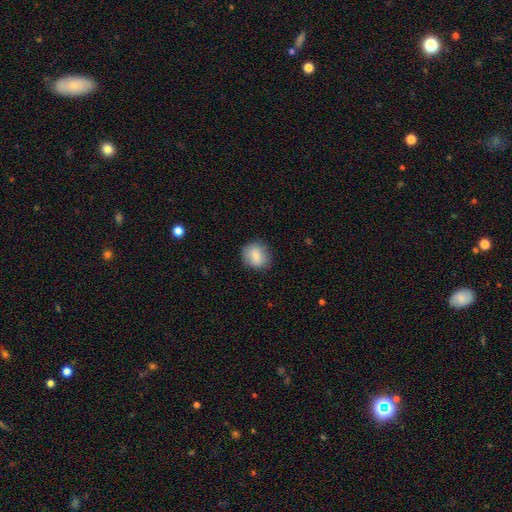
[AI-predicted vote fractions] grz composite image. It shows a smooth galaxy with no disk features (81%) that is round (79%). Merging: none (83%).